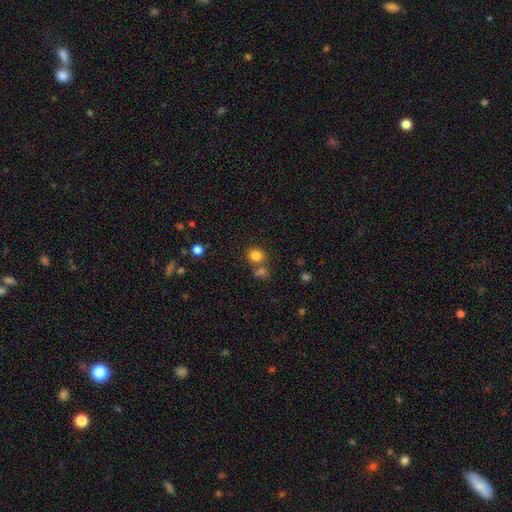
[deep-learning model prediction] A smooth galaxy with no disk features (82%) that is round (73%). Merging: none (62%).